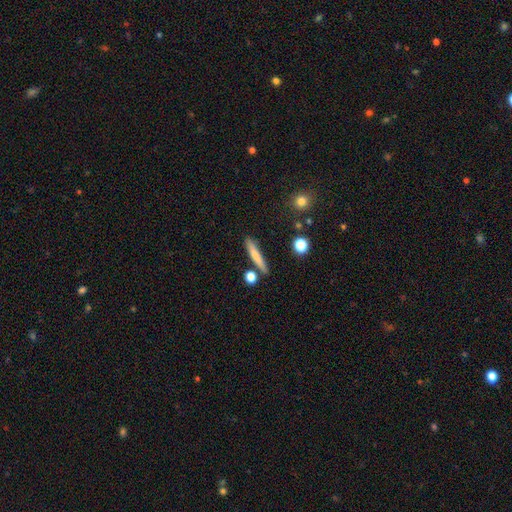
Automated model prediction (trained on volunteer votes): smooth_or_featured: smooth (p=0.72) [alt: featured or disk p=0.21]
how_rounded: cigar-shaped (p=0.89) [alt: in between p=0.08]
merging: none (p=0.80) [alt: minor disturbance p=0.11]